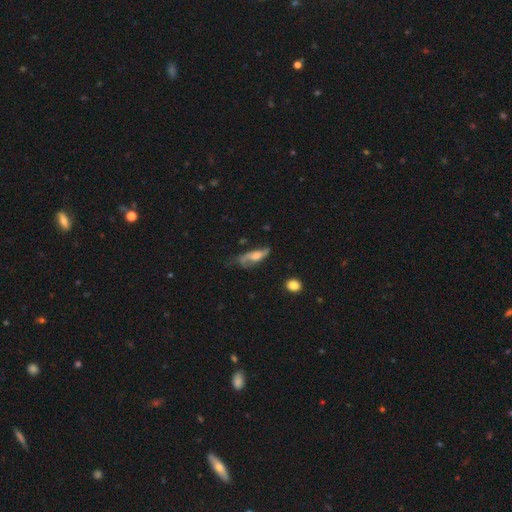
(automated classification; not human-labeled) Smooth or featured?
  - featured or disk: 60% *
  - smooth: 31%
  - star or artifact: 9%
Edge-on disk?
  - no: 75% *
  - yes: 25%
Merging?
  - none: 48% *
  - minor disturbance: 29%
  - major disturbance: 20%
  - merger: 3%